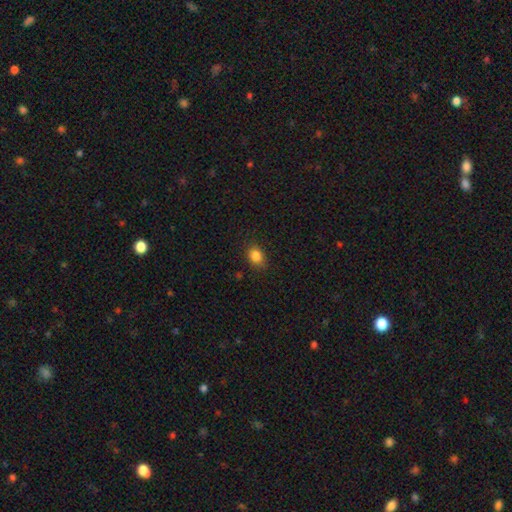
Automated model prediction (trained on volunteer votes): Smooth or featured?
  - smooth: 85% *
  - star or artifact: 11%
  - featured or disk: 5%
How rounded?
  - in between: 55% *
  - round: 44%
  - cigar-shaped: 1%
Merging?
  - none: 82% *
  - minor disturbance: 14%
  - major disturbance: 3%
  - merger: 1%